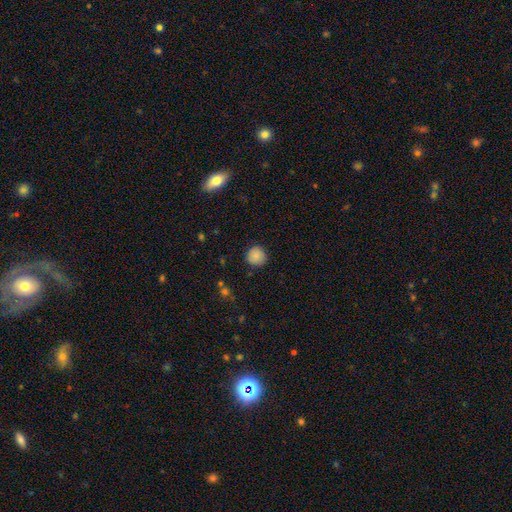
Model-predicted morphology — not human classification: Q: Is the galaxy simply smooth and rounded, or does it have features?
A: smooth — 87%.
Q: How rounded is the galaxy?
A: round — 94%.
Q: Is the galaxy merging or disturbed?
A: none — 88%.